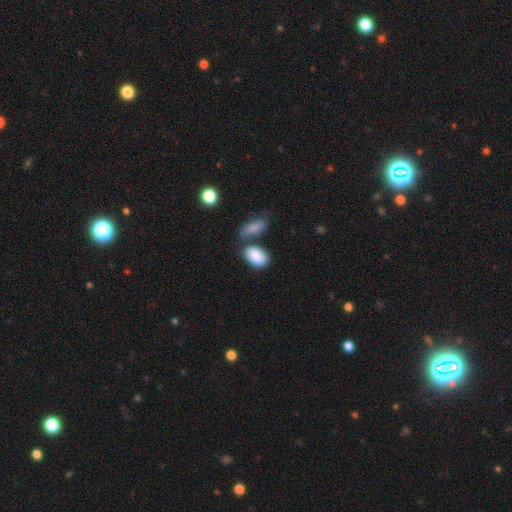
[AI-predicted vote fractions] A smooth galaxy with no disk features (87%) that is in between round and cigar-shaped (92%).

Vote fractions:
- Smooth or featured? smooth: 87% / featured or disk: 7% / star or artifact: 6%
- How rounded? in between: 92% / round: 6% / cigar-shaped: 2%
- Merging? none: 53% / merger: 27% / minor disturbance: 15% / major disturbance: 5%